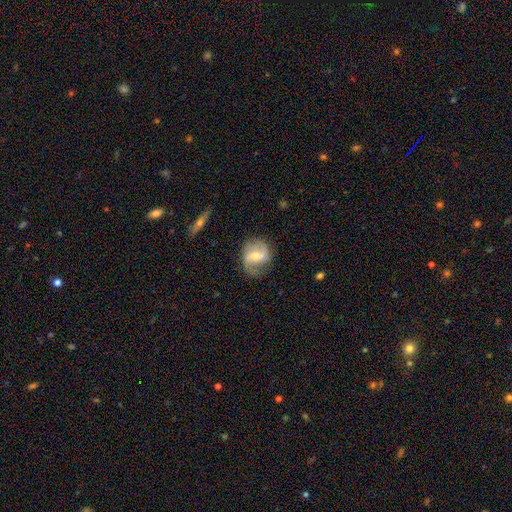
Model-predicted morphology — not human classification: A featured or disk galaxy (72%) with a weak bar (47%), 2 (81%) loose (45%) spiral arms (91%) and a small central bulge (47%). Merging: none (67%).